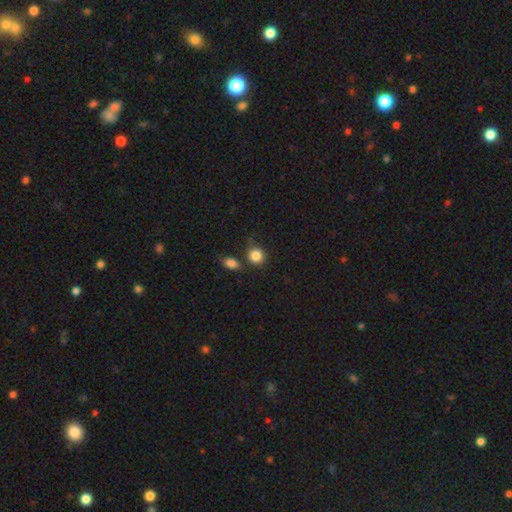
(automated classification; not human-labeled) Smooth or featured?
  - smooth: 84% *
  - star or artifact: 10%
  - featured or disk: 6%
How rounded?
  - round: 82% *
  - in between: 17%
  - cigar-shaped: 1%
Merging?
  - none: 68% *
  - minor disturbance: 14%
  - merger: 13%
  - major disturbance: 5%